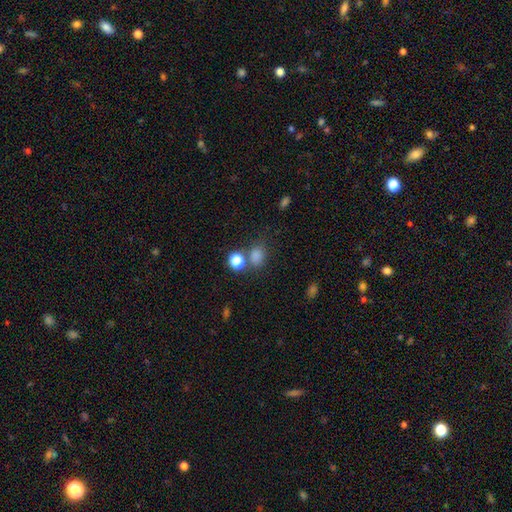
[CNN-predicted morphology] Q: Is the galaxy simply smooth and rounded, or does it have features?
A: smooth — 74%.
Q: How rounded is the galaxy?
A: round — 52%.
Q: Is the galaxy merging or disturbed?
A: none — 61%.